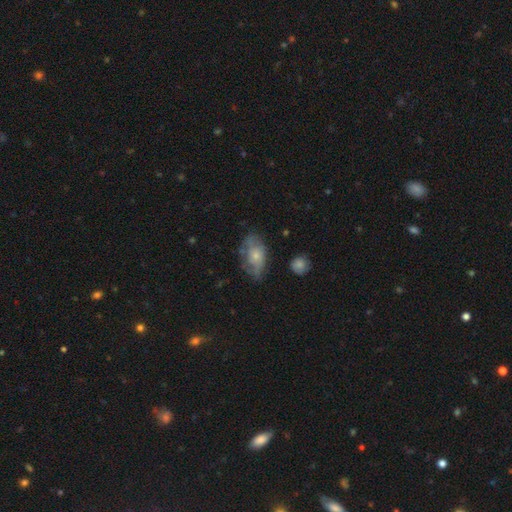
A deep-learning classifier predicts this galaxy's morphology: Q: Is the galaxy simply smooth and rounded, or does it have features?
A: smooth — 52%.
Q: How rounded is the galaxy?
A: in between — 88%.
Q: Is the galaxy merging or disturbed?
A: none — 56%.